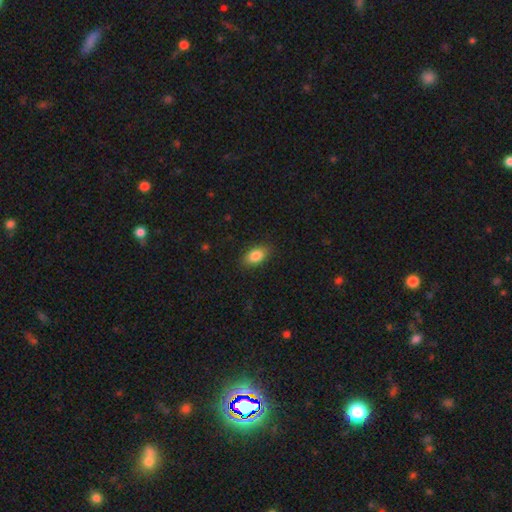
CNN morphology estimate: Overall: smooth (84%). How rounded: in between (90%). Merging: none (86%).